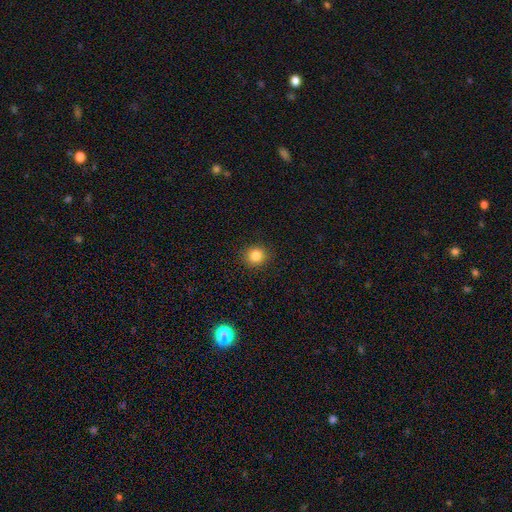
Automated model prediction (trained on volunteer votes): A smooth galaxy with no disk features (84%) that is round (88%). Merging: none (90%).